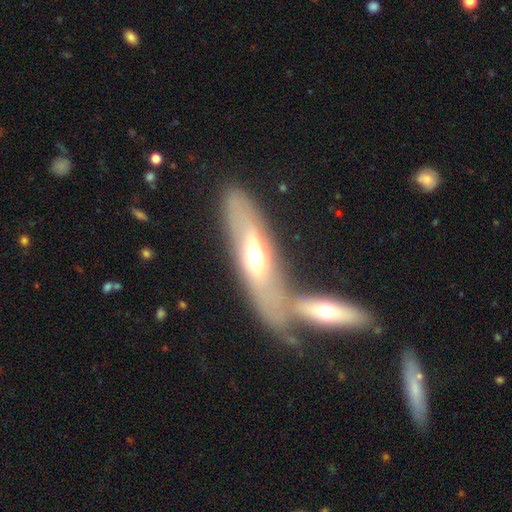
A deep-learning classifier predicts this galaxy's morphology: type=featured or disk (48%); merging=merger (43%).